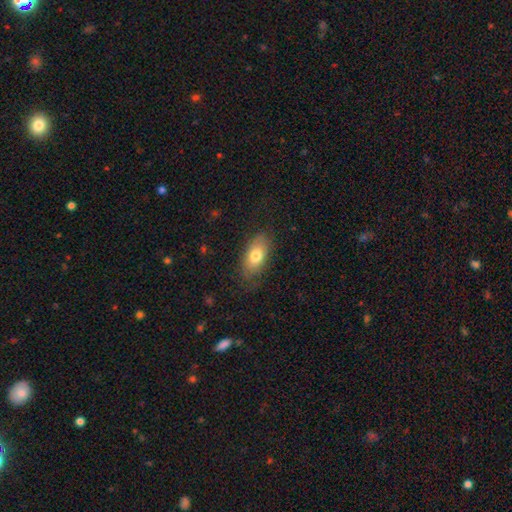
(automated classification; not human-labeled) Morphology: type=smooth (75%); roundness=in between (88%); merging=none (76%).